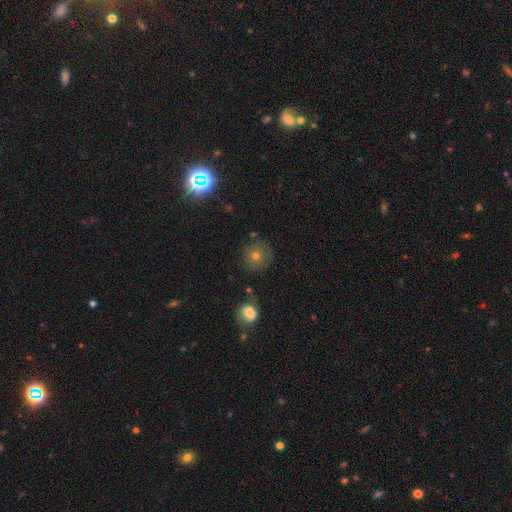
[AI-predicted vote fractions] Smooth or featured? Predicted: smooth (p=0.66). How rounded? Predicted: round (p=0.93). Merging? Predicted: none (p=0.78).